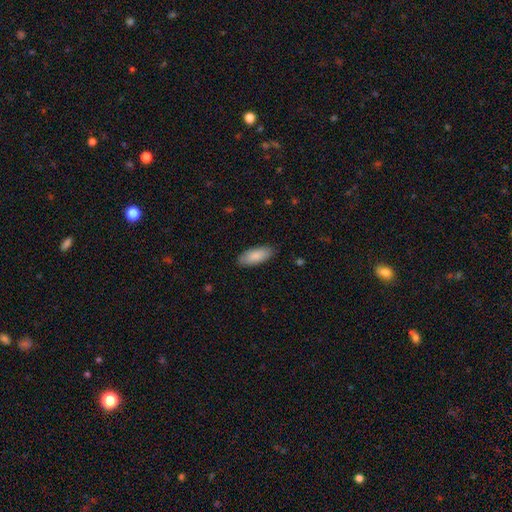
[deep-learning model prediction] smooth 88%, featured or disk 7%, star or artifact 6%. Down the decision tree: how rounded — in between (81%); merging — none (86%).